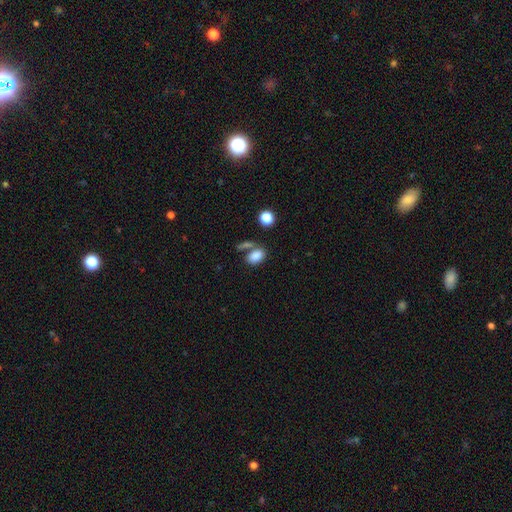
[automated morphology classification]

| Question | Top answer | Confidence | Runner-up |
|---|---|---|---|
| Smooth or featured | smooth | 83% | star or artifact (10%) |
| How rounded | in between | 83% | round (15%) |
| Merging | none | 52% | merger (28%) |